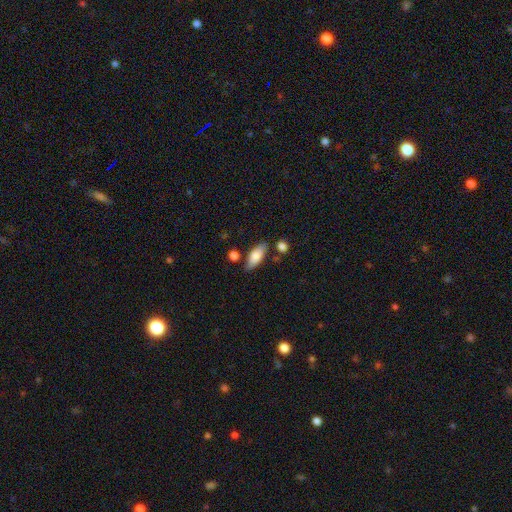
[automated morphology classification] A smooth galaxy with no disk features (76%) that is in between round and cigar-shaped (80%). Merging: none (73%).